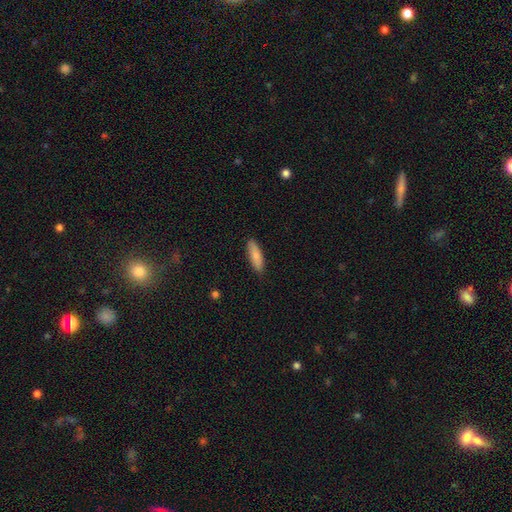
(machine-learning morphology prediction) type=smooth (83%); roundness=cigar-shaped (52%); merging=none (88%).